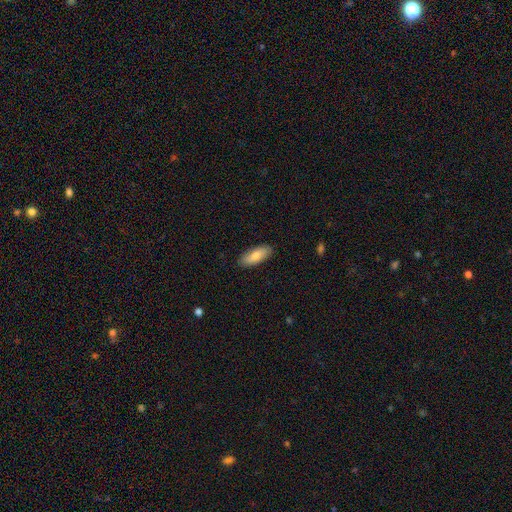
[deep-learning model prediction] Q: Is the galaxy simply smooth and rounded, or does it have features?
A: smooth — 82%.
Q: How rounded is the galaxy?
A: in between — 75%.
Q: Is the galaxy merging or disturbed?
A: none — 88%.